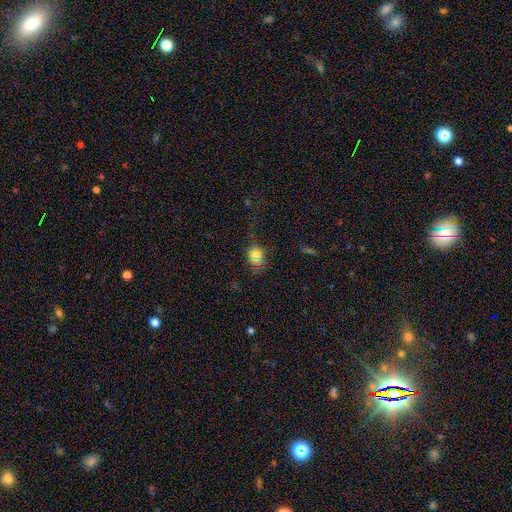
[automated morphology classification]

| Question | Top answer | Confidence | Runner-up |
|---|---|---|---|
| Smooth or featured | smooth | 59% | star or artifact (30%) |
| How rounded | in between | 49% | round (47%) |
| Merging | none | 75% | minor disturbance (14%) |